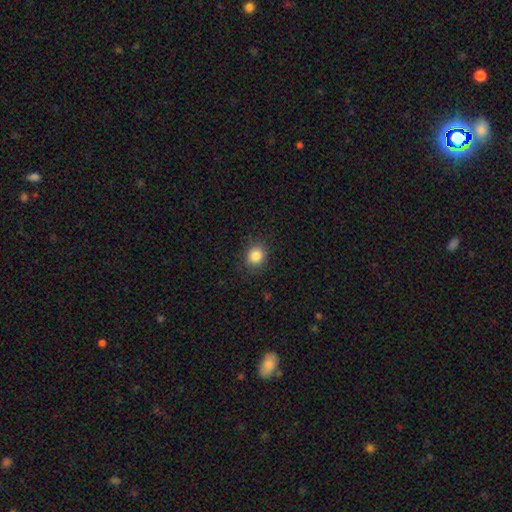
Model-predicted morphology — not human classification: Overall: smooth (85%). How rounded: round (79%). Merging: none (87%).